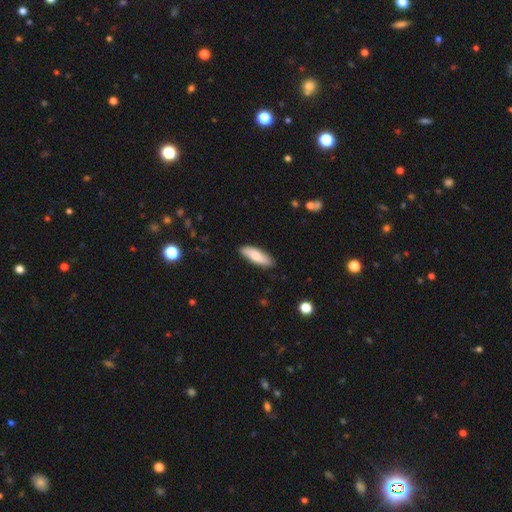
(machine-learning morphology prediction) Smooth or featured?
  - smooth: 82% *
  - featured or disk: 13%
  - star or artifact: 5%
How rounded?
  - in between: 56% *
  - cigar-shaped: 42%
  - round: 2%
Merging?
  - none: 85% *
  - minor disturbance: 12%
  - major disturbance: 2%
  - merger: 1%